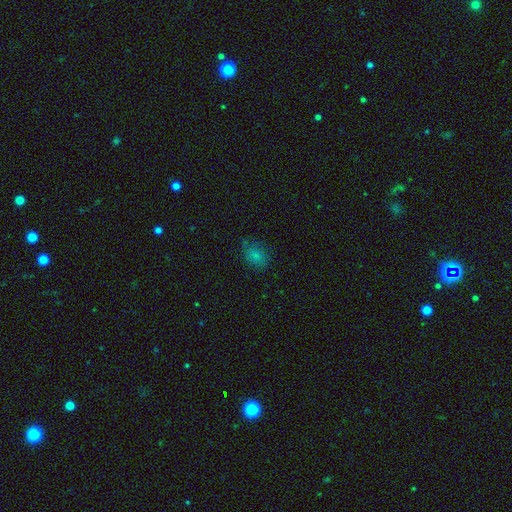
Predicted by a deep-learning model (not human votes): This is likely a smooth galaxy (76%). How rounded: likely in between (66%). Merging: likely none (65%).